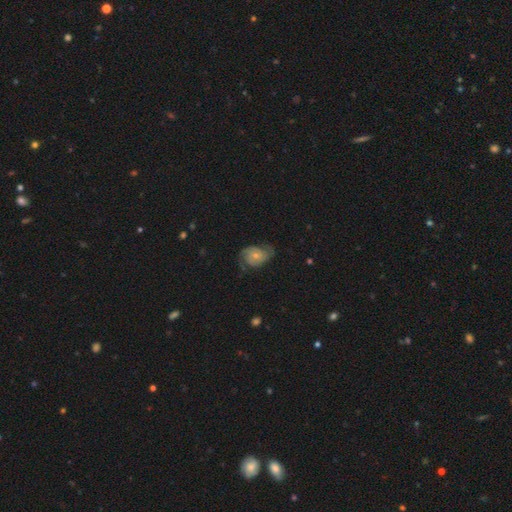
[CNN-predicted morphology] Overall: featured or disk (70%). Edge-on disk: no (97%). Bar: no (76%). Spiral arms: yes (90%). Spiral arm count: 2 (76%). Spiral winding: medium (42%; tight 33%). Bulge size: small (62%; moderate 32%). Merging: none (59%; minor disturbance 25%).